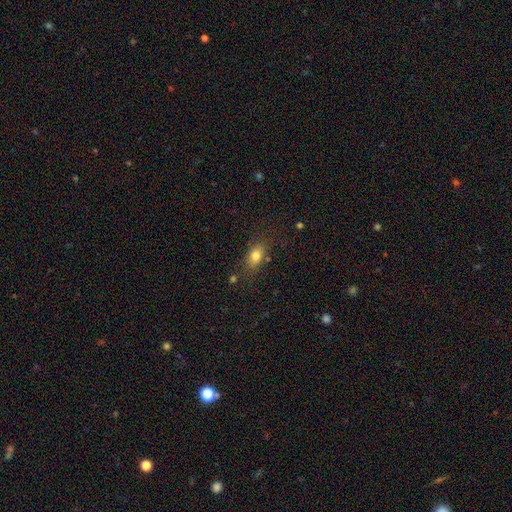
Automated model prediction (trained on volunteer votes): This is likely a smooth galaxy (78%). How rounded: likely in between (78%). Merging: likely none (74%).